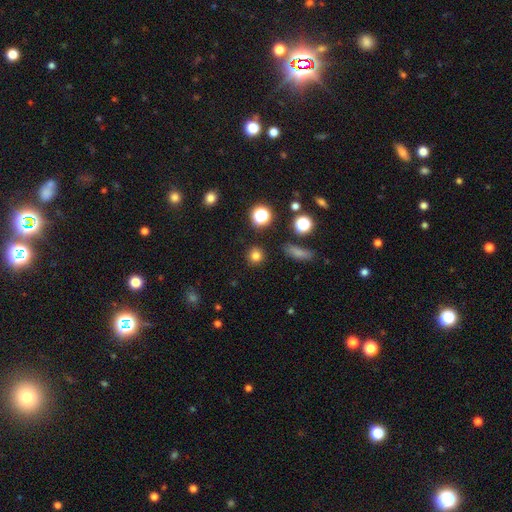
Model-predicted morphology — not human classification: A smooth galaxy with no disk features (79%) that is round (92%). Merging: none (89%).